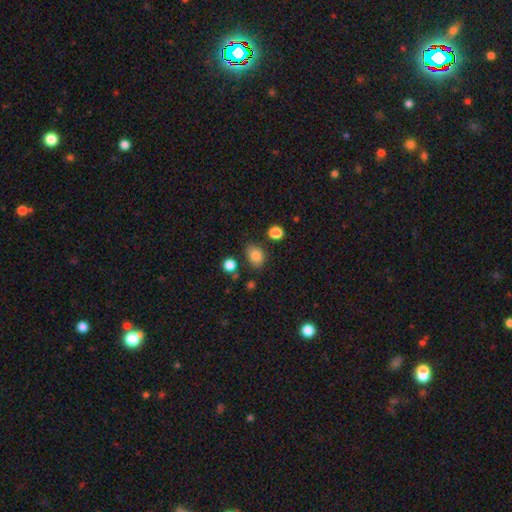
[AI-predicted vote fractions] This appears to be a smooth galaxy with no disk features (83%) that is in between round and cigar-shaped (64%). Merging: none (77%).